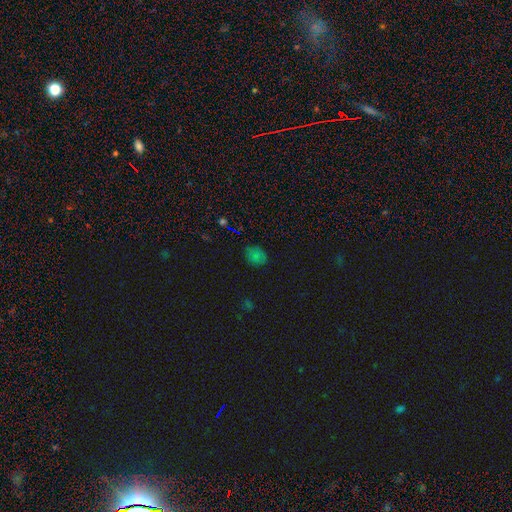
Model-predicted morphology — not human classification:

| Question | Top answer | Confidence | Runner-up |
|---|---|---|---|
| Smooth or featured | smooth | 63% | star or artifact (30%) |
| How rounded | round | 54% | in between (44%) |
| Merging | none | 77% | minor disturbance (17%) |